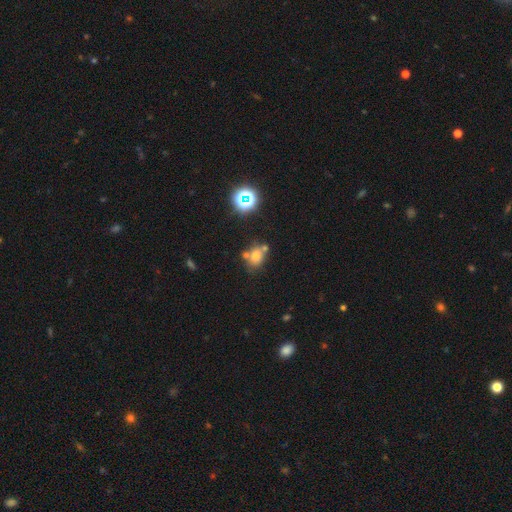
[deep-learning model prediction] Overall: smooth (66%). How rounded: round (59%; in between 40%). Merging: none (55%; merger 25%).